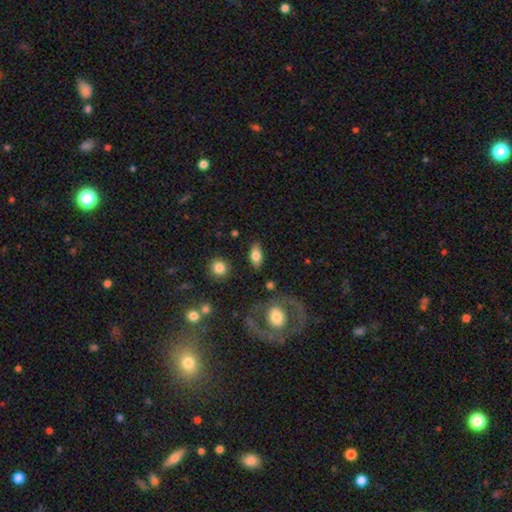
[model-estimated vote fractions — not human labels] Morphology: type=smooth (72%); roundness=in between (83%); merging=none (84%).